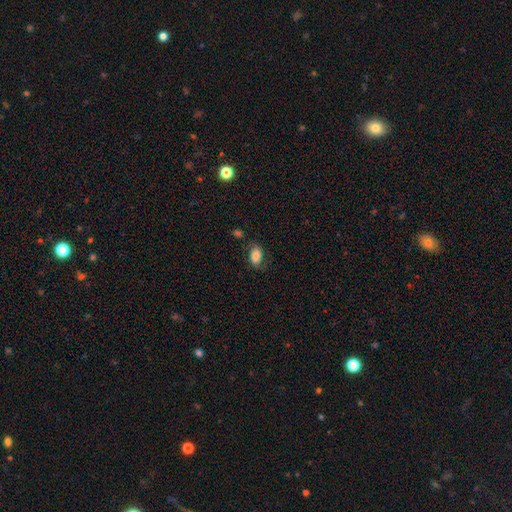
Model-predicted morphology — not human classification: A smooth galaxy with no disk features (72%) that is in between round and cigar-shaped (89%).

Vote fractions:
- Smooth or featured? smooth: 72% / featured or disk: 19% / star or artifact: 8%
- How rounded? in between: 89% / round: 9% / cigar-shaped: 2%
- Merging? none: 62% / minor disturbance: 23% / major disturbance: 11% / merger: 4%